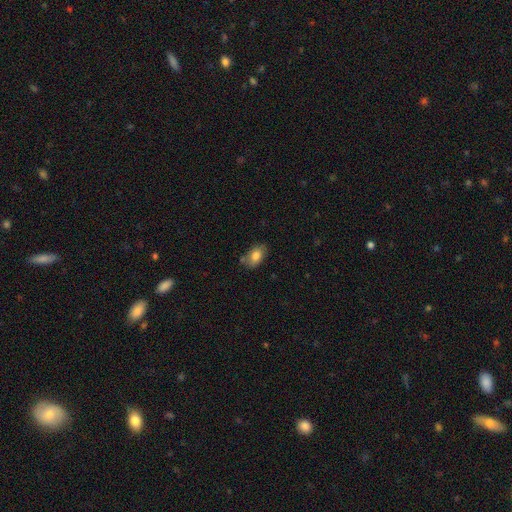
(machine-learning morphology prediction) A smooth galaxy with no disk features (80%) that is in between round and cigar-shaped (89%).

Vote fractions:
- Smooth or featured? smooth: 80% / featured or disk: 12% / star or artifact: 8%
- How rounded? in between: 89% / round: 9% / cigar-shaped: 2%
- Merging? none: 71% / minor disturbance: 18% / merger: 7% / major disturbance: 4%